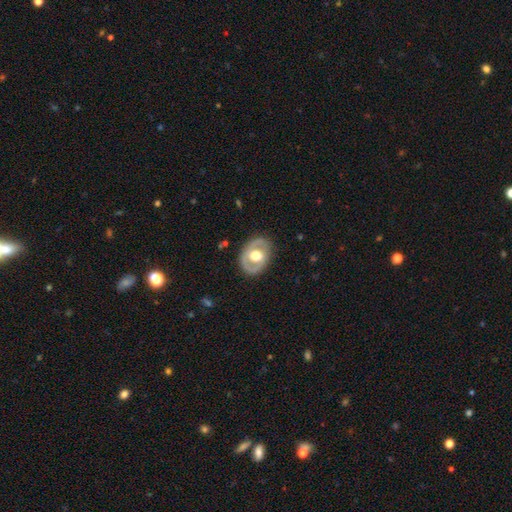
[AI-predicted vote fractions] smooth-or-featured: featured or disk: 61% | smooth: 34% | star or artifact: 5%
  disk-edge-on: no: 93% | yes: 7%
    bar: no: 71% | weak: 22% | strong: 7%
    has-spiral-arms: no: 69% | yes: 31%
    bulge-size: moderate: 58% | large: 35% | small: 4% | dominant: 2% | none: 1%
  merging: none: 81% | minor disturbance: 13% | major disturbance: 5% | merger: 1%